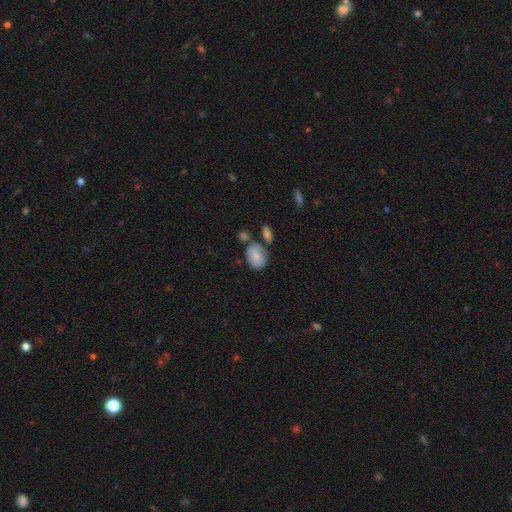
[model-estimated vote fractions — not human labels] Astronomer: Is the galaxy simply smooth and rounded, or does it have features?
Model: smooth — 80%.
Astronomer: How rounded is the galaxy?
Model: in between — 66%.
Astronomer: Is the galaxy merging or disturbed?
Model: none — 51%.